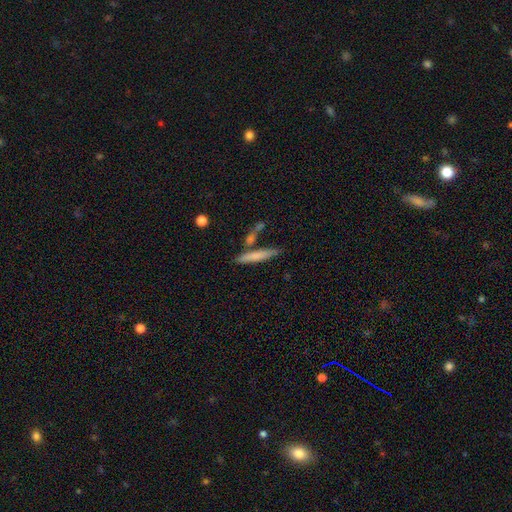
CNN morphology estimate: Smooth or featured? Predicted: smooth (p=0.69). How rounded? Predicted: cigar-shaped (p=0.91). Merging? Predicted: none (p=0.71).